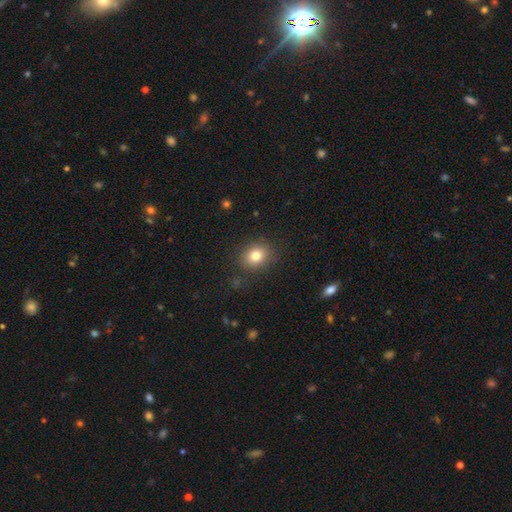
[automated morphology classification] Q: Smooth or featured?
A: smooth (79%); runner-up: star or artifact (12%)
Q: How rounded?
A: round (65%); runner-up: in between (35%)
Q: Merging?
A: none (86%); runner-up: minor disturbance (9%)